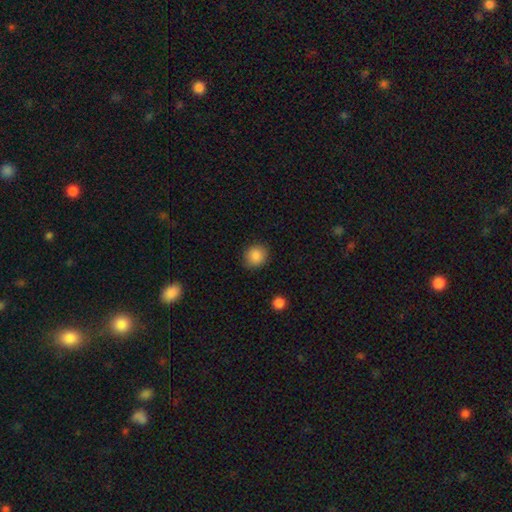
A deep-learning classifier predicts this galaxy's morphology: This is clearly a smooth galaxy (87%). How rounded: clearly round (82%). Merging: clearly none (87%).